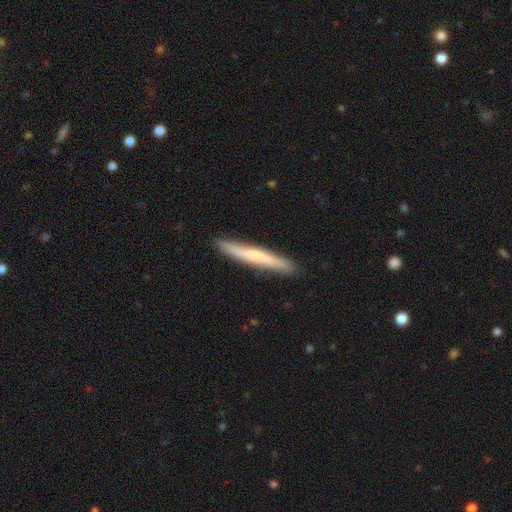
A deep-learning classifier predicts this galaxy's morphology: This is possibly a smooth galaxy (54%). How rounded: clearly cigar-shaped (96%). Merging: clearly none (90%).